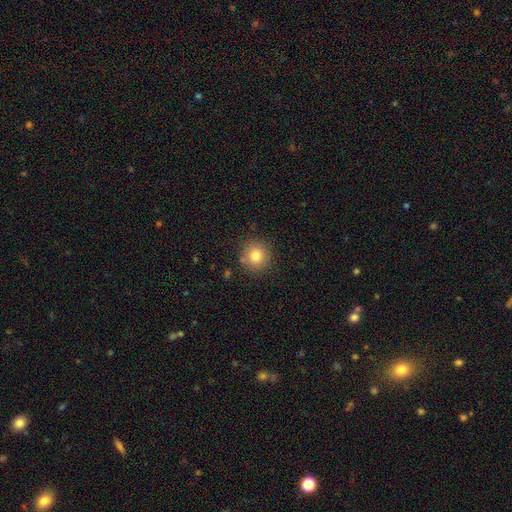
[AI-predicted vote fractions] Morphology: type=smooth (81%); roundness=round (92%); merging=none (85%).